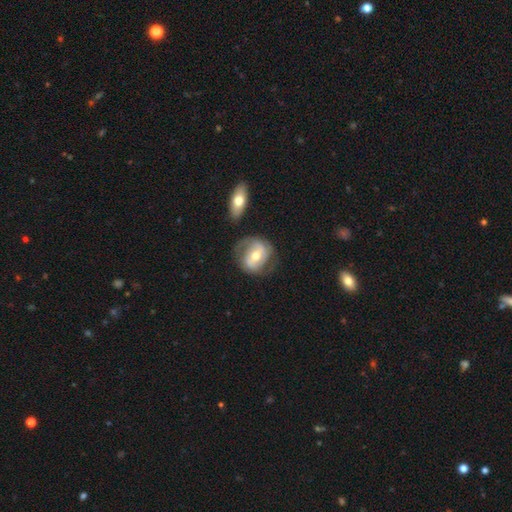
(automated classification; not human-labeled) Overall: featured or disk (73%). Edge-on disk: no (96%). Bar: weak (41%; no 31%). Spiral arms: yes (86%). Spiral arm count: 2 (78%). Spiral winding: medium (42%; tight 37%). Bulge size: moderate (71%). Merging: none (64%).